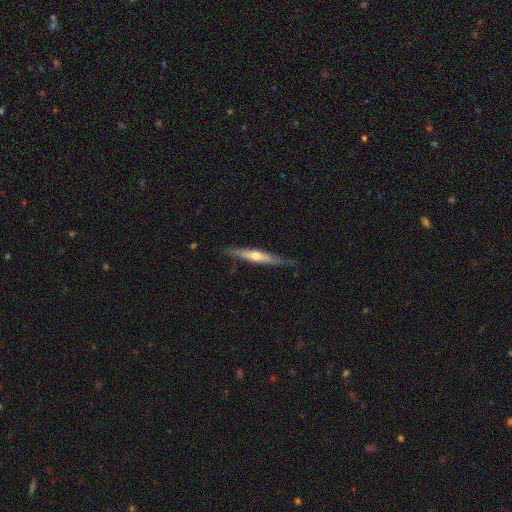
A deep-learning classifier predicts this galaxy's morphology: This is possibly a featured or disk galaxy (59%). It is clearly viewed edge-on (92%). Edge-on bulge: likely rounded (80%). Merging: likely none (80%).